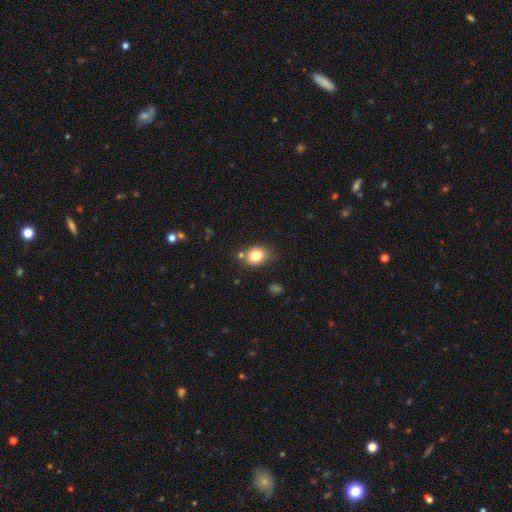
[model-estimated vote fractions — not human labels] Smooth or featured? smooth (81%)
How rounded? in between (59%)
Merging? none (74%)